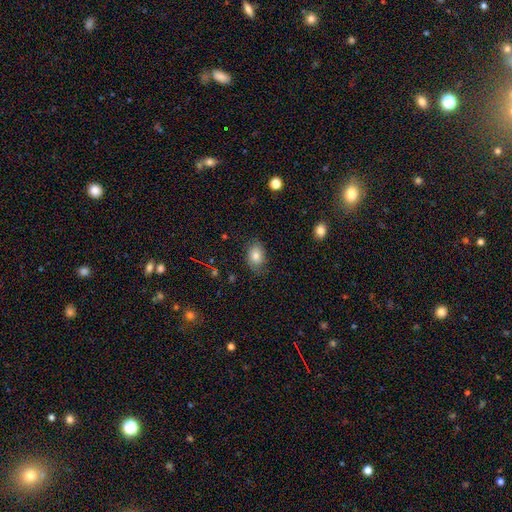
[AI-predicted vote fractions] A smooth galaxy with no disk features (75%) that is in between round and cigar-shaped (78%).

Vote fractions:
- Smooth or featured? smooth: 75% / featured or disk: 15% / star or artifact: 10%
- How rounded? in between: 78% / round: 20% / cigar-shaped: 1%
- Merging? none: 73% / minor disturbance: 21% / major disturbance: 5% / merger: 1%